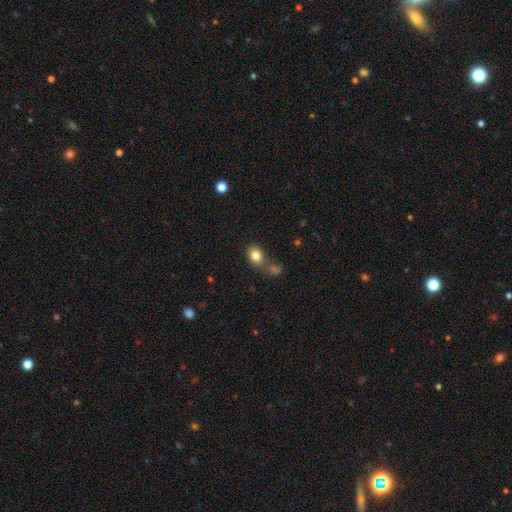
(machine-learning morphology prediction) smooth_or_featured: smooth (p=0.83) [alt: star or artifact p=0.10]
how_rounded: in between (p=0.61) [alt: round p=0.38]
merging: none (p=0.54) [alt: merger p=0.26]